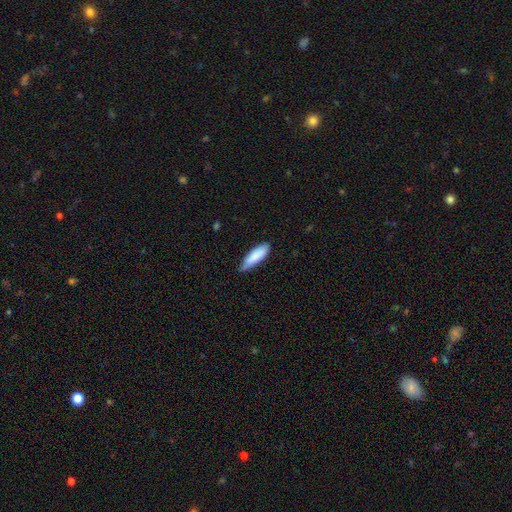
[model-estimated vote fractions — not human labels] This is clearly a smooth galaxy (86%). How rounded: possibly cigar-shaped (50%). Merging: likely none (67%).